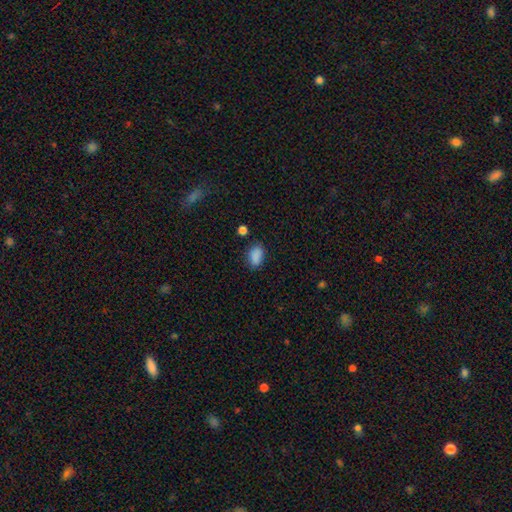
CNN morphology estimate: Q: Smooth or featured?
A: smooth (87%); runner-up: star or artifact (9%)
Q: How rounded?
A: in between (88%); runner-up: round (11%)
Q: Merging?
A: none (77%); runner-up: minor disturbance (16%)